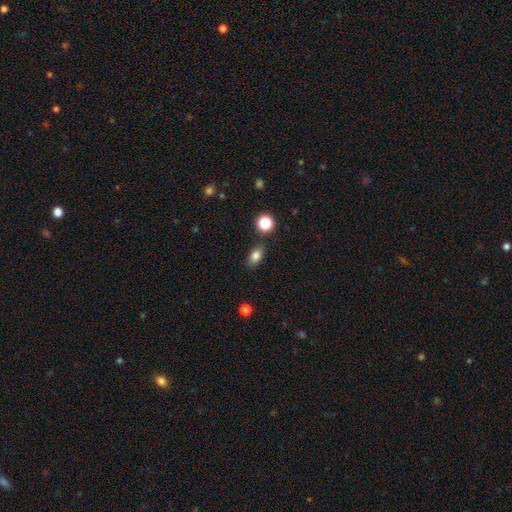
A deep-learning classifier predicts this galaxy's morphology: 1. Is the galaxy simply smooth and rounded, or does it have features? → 82% smooth, 11% star or artifact, 7% featured or disk.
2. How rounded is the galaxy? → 82% in between, 15% round, 3% cigar-shaped.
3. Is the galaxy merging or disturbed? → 83% none, 11% minor disturbance, 4% merger, 3% major disturbance.